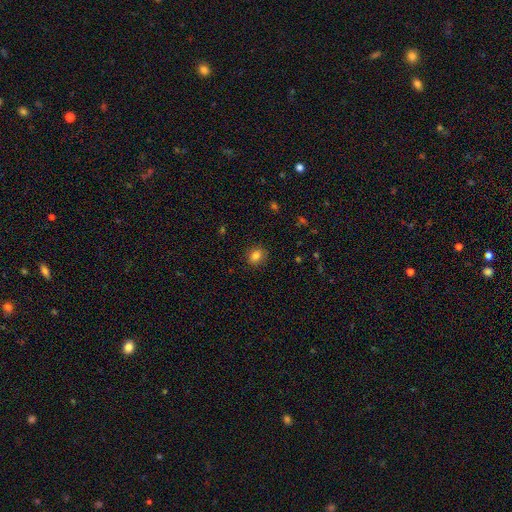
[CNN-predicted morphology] A smooth galaxy with no disk features (83%) that is round (56%). Merging: none (86%).